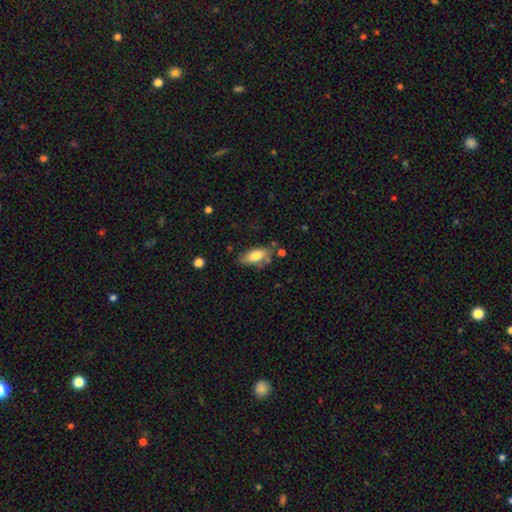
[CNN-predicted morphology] type=smooth (73%); roundness=in between (86%); merging=none (61%).